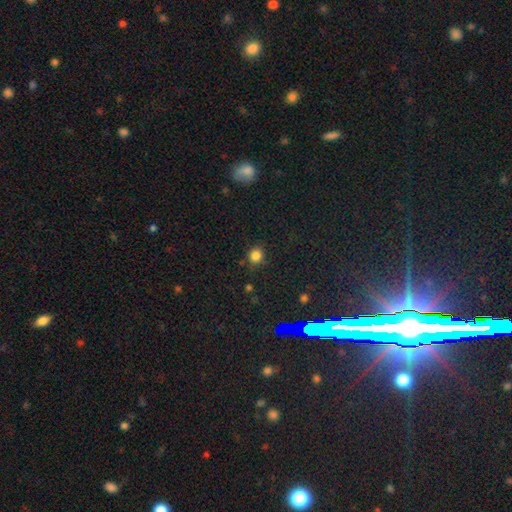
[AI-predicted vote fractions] smooth 81%, star or artifact 15%, featured or disk 5%. Down the decision tree: how rounded — round (82%); merging — none (83%).